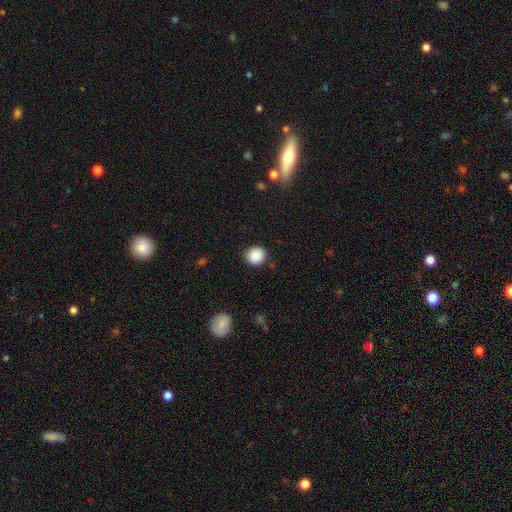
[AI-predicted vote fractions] smooth-or-featured: smooth: 89% | star or artifact: 9% | featured or disk: 3%
  how-rounded: round: 90% | in between: 9% | cigar-shaped: 1%
  merging: none: 90% | minor disturbance: 7% | major disturbance: 2% | merger: 1%